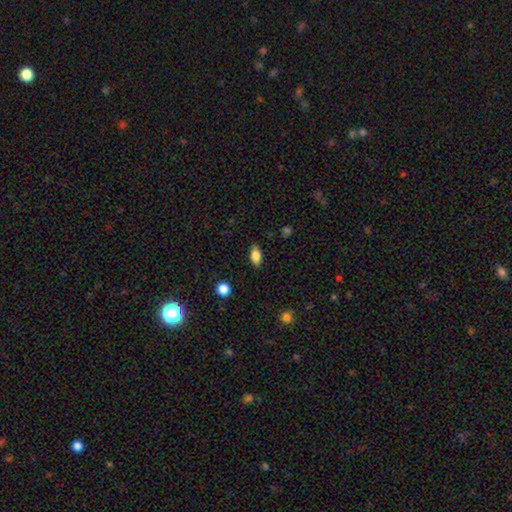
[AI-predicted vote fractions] A smooth galaxy with no disk features (82%) that is in between round and cigar-shaped (88%). Merging: none (87%).